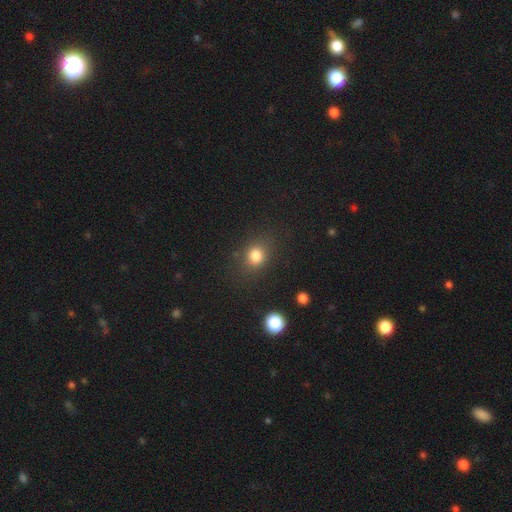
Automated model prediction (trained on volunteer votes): Morphology: type=smooth (81%); roundness=round (68%); merging=none (78%).